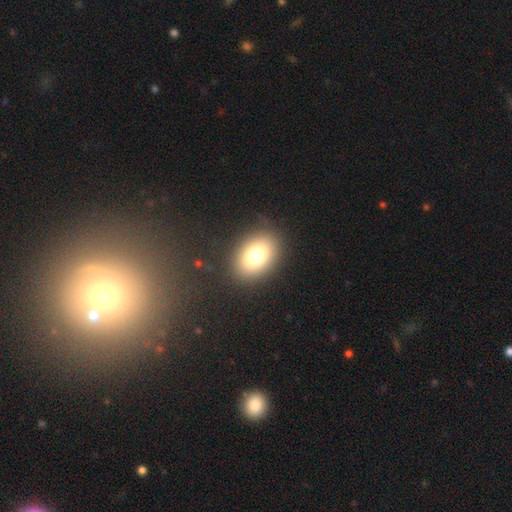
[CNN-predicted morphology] smooth-or-featured: smooth: 77% | featured or disk: 12% | star or artifact: 11%
  how-rounded: in between: 75% | round: 24% | cigar-shaped: 1%
  merging: none: 85% | minor disturbance: 9% | major disturbance: 4% | merger: 1%